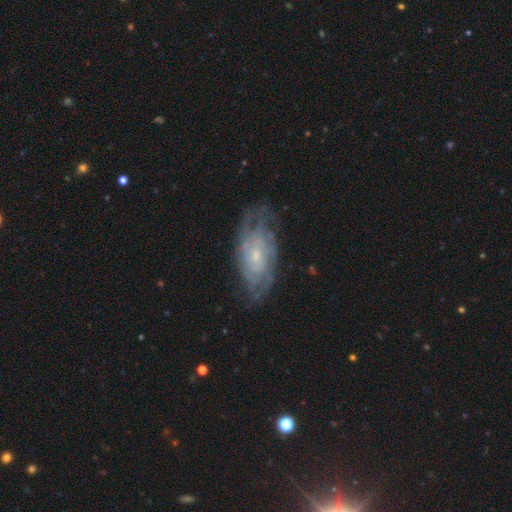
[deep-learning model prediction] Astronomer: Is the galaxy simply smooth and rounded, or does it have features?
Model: featured or disk — 79%.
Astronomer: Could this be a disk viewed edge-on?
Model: no — 93%.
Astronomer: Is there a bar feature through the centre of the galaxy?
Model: no — 70%.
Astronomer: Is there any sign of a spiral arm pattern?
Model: yes — 92%.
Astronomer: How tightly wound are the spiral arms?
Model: tight — 66%.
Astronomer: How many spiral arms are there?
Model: can't tell — 49%.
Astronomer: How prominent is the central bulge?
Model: small — 74%.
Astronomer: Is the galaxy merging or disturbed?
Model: none — 73%.